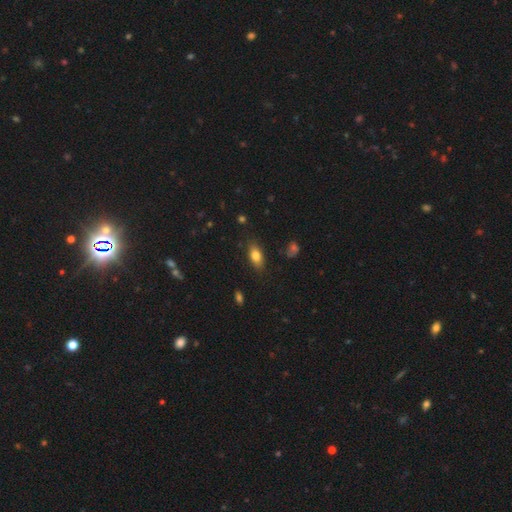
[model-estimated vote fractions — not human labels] Overall: smooth (80%). How rounded: in between (85%). Merging: none (82%).